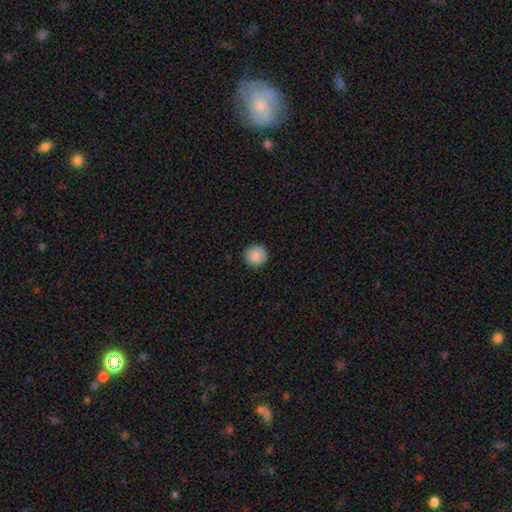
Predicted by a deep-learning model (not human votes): Smooth or featured: smooth — 89% (star or artifact — 8%)
How rounded: round — 95% (in between — 4%)
Merging: none — 91% (minor disturbance — 6%)